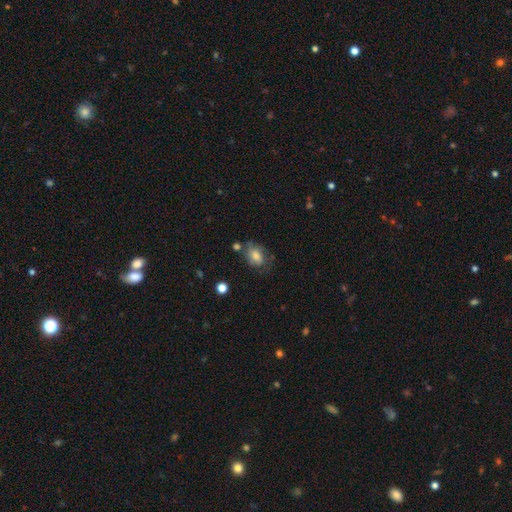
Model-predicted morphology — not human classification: Smooth or featured: smooth — 65% (featured or disk — 24%)
How rounded: in between — 75% (round — 24%)
Merging: none — 53% (minor disturbance — 26%)